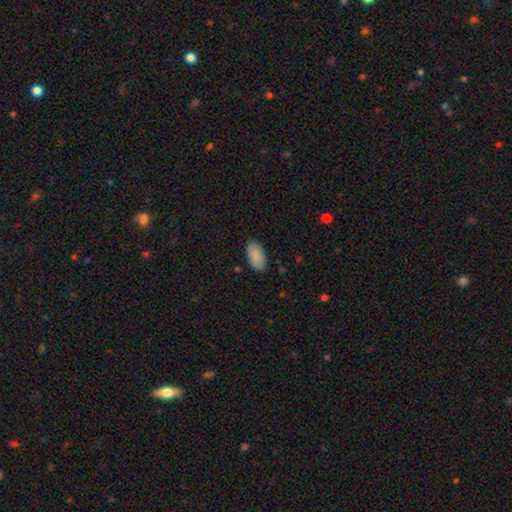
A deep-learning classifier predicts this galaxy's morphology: Smooth or featured?
  - smooth: 88% *
  - star or artifact: 6%
  - featured or disk: 6%
How rounded?
  - in between: 95% *
  - cigar-shaped: 3%
  - round: 2%
Merging?
  - none: 85% *
  - minor disturbance: 11%
  - major disturbance: 2%
  - merger: 1%